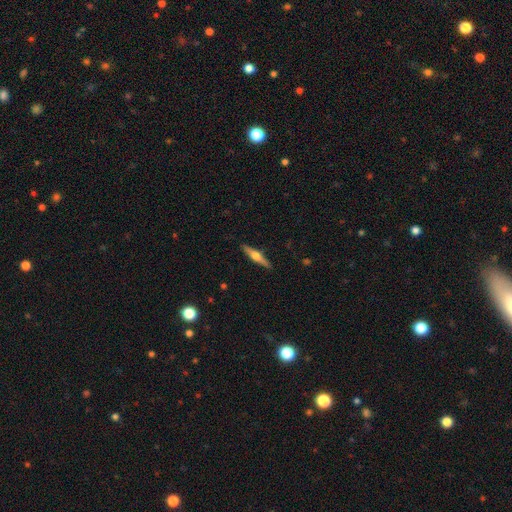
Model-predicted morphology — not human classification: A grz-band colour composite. It shows a featured or disk galaxy (66%) viewed edge-on (97%) with a rounded central bulge (93%). Merging: none (90%).